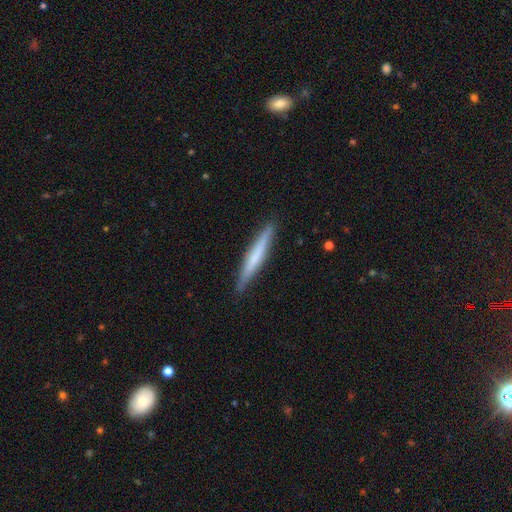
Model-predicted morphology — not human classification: Smooth or featured?
  - smooth: 55% *
  - featured or disk: 39%
  - star or artifact: 6%
How rounded?
  - cigar-shaped: 96% *
  - in between: 3%
  - round: 1%
Merging?
  - none: 89% *
  - minor disturbance: 8%
  - major disturbance: 1%
  - merger: 1%